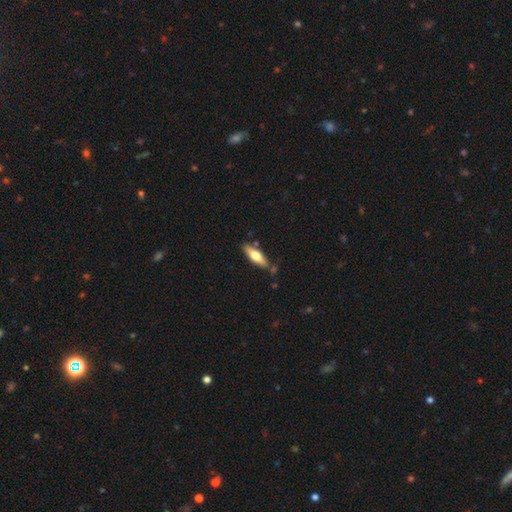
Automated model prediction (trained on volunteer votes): Morphology: type=smooth (57%); roundness=cigar-shaped (51%); merging=none (75%).